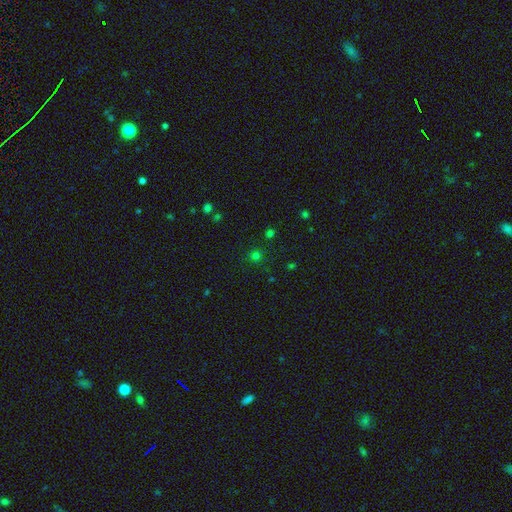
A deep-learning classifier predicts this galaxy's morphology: Q: Smooth or featured?
A: smooth (68%); runner-up: star or artifact (28%)
Q: How rounded?
A: round (93%); runner-up: in between (6%)
Q: Merging?
A: none (87%); runner-up: minor disturbance (7%)